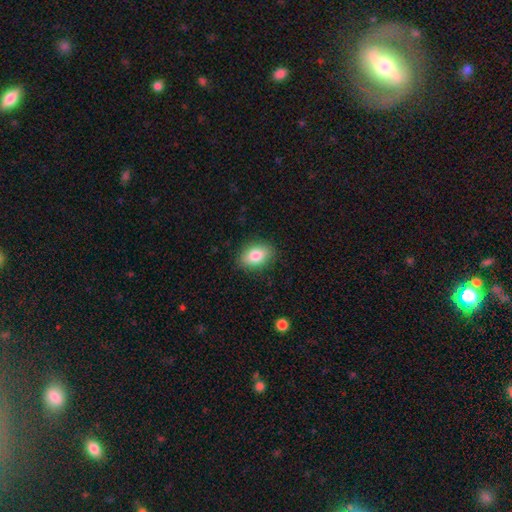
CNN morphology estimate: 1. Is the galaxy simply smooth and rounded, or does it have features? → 82% smooth, 11% featured or disk, 8% star or artifact.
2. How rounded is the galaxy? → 84% in between, 14% round, 2% cigar-shaped.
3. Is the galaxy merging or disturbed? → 87% none, 9% minor disturbance, 2% major disturbance, 1% merger.